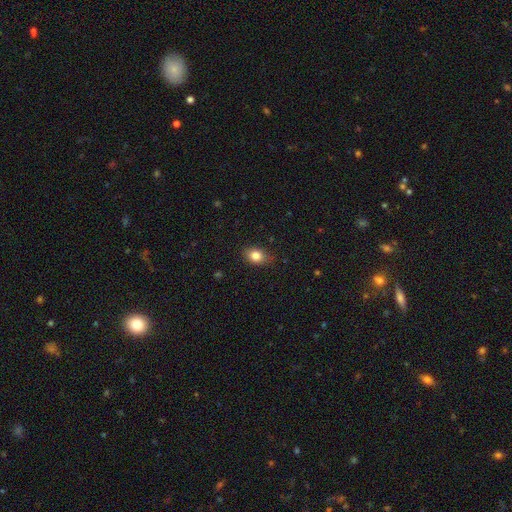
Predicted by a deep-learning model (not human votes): Smooth or featured?
  - smooth: 83% *
  - star or artifact: 9%
  - featured or disk: 7%
How rounded?
  - in between: 72% *
  - round: 26%
  - cigar-shaped: 2%
Merging?
  - none: 81% *
  - minor disturbance: 15%
  - major disturbance: 3%
  - merger: 1%